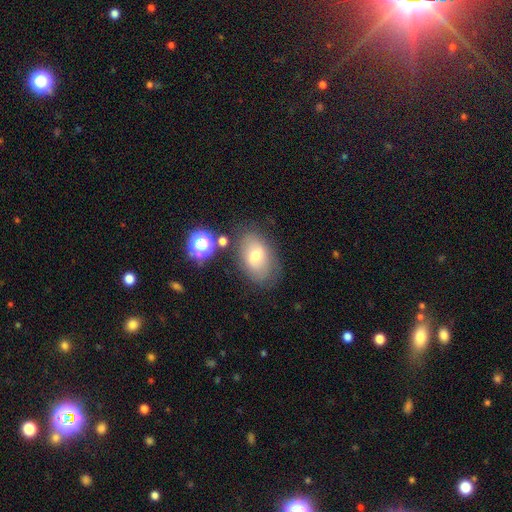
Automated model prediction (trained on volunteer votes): A smooth galaxy with no disk features (59%) that is in between round and cigar-shaped (83%).

Vote fractions:
- Smooth or featured? smooth: 59% / featured or disk: 29% / star or artifact: 12%
- How rounded? in between: 83% / round: 15% / cigar-shaped: 1%
- Merging? none: 69% / minor disturbance: 19% / major disturbance: 7% / merger: 5%